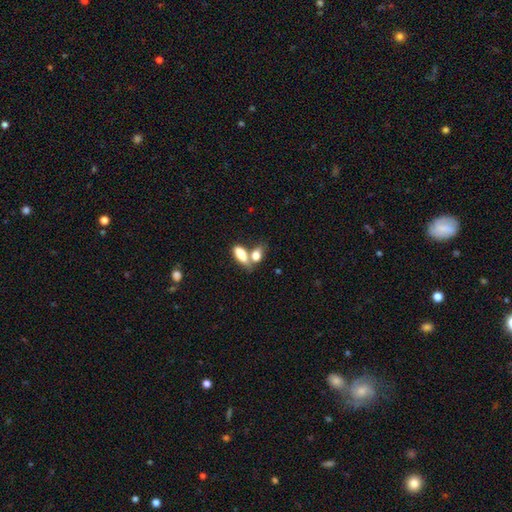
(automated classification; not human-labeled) A smooth galaxy with no disk features (78%) that is in between round and cigar-shaped (82%).

Vote fractions:
- Smooth or featured? smooth: 78% / featured or disk: 14% / star or artifact: 8%
- How rounded? in between: 82% / round: 10% / cigar-shaped: 8%
- Merging? merger: 55% / none: 30% / minor disturbance: 9% / major disturbance: 5%